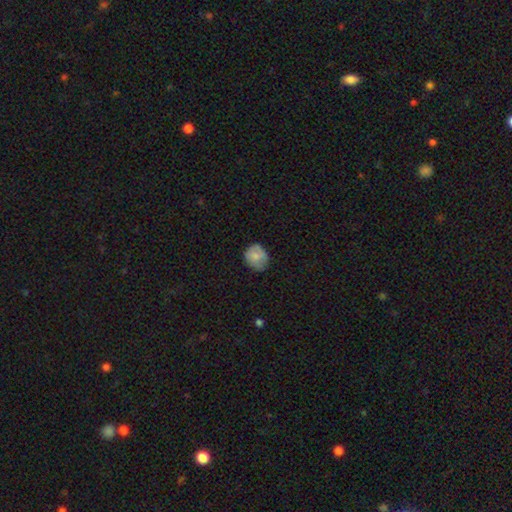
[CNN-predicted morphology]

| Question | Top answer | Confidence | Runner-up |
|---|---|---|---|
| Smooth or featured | smooth | 78% | featured or disk (14%) |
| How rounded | round | 68% | in between (32%) |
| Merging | none | 64% | minor disturbance (28%) |